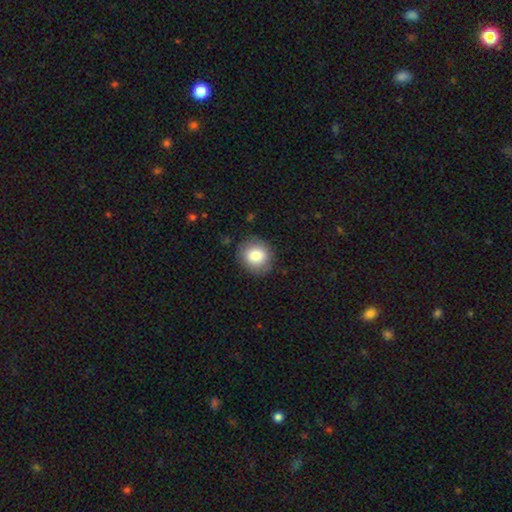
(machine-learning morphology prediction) smooth_or_featured: smooth (p=0.84) [alt: featured or disk p=0.09]
how_rounded: round (p=0.83) [alt: in between p=0.16]
merging: none (p=0.85) [alt: minor disturbance p=0.11]